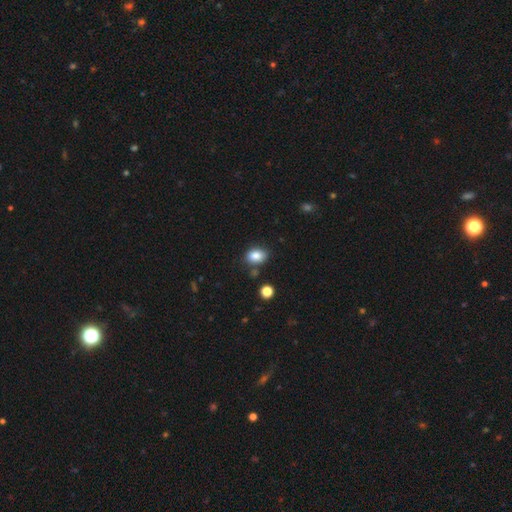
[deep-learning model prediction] A smooth galaxy with no disk features (85%) that is in between round and cigar-shaped (72%). Merging: none (75%).